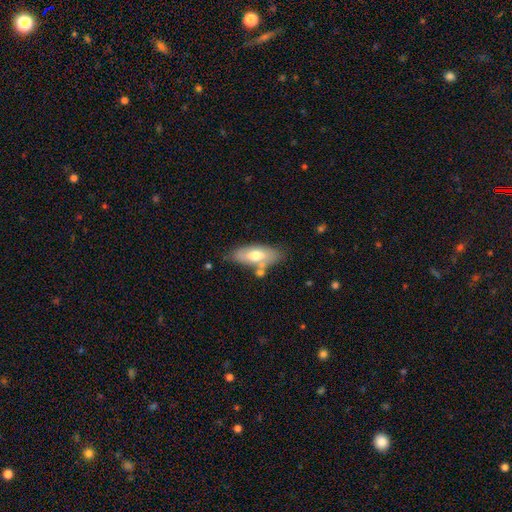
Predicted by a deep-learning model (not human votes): smooth 62%, featured or disk 31%, star or artifact 6%. Down the decision tree: how rounded — in between (79%); merging — none (66%).